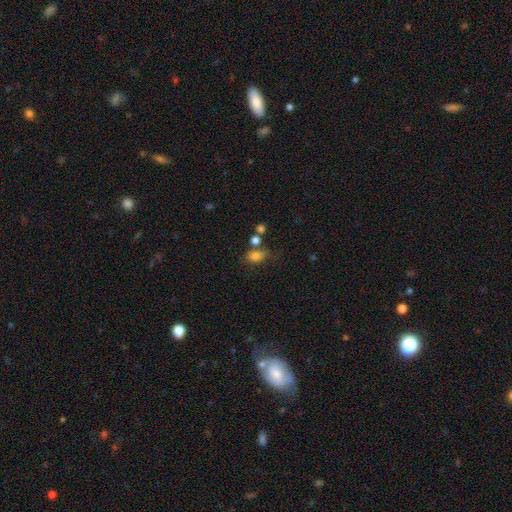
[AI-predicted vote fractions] Overall: smooth (80%). How rounded: in between (73%). Merging: none (54%; minor disturbance 19%).